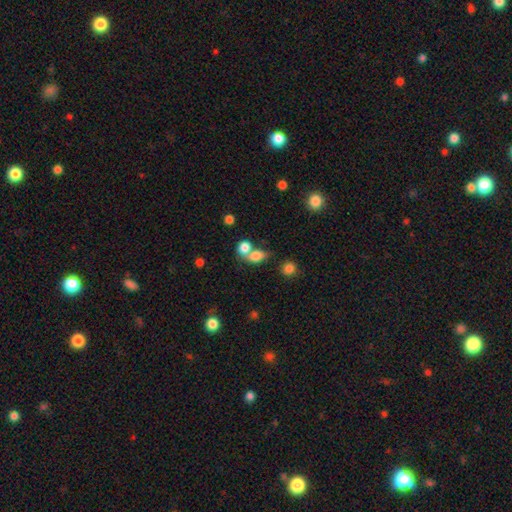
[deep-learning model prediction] smooth_or_featured: smooth (p=0.79) [alt: featured or disk p=0.11]
how_rounded: in between (p=0.63) [alt: round p=0.34]
merging: merger (p=0.55) [alt: none p=0.31]